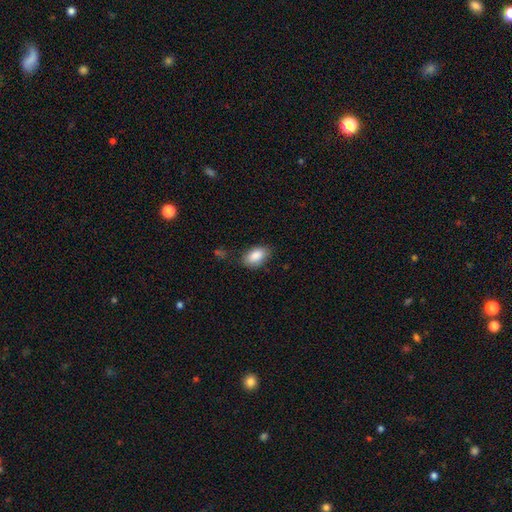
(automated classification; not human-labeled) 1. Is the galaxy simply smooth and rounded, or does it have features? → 87% smooth, 7% star or artifact, 6% featured or disk.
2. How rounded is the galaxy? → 92% in between, 6% round, 2% cigar-shaped.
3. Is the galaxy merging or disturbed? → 78% none, 17% minor disturbance, 4% major disturbance, 2% merger.